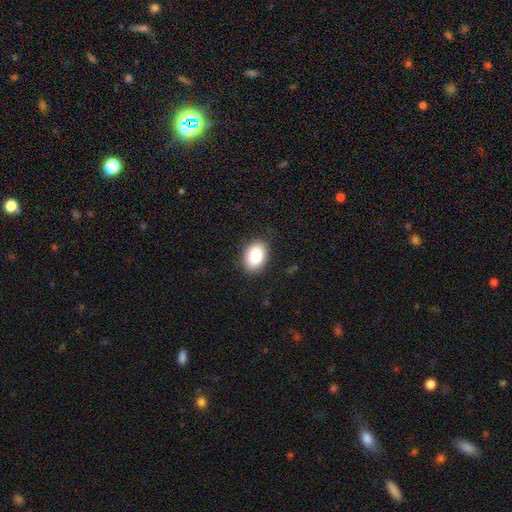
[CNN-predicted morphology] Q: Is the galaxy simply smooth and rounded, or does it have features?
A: smooth — 88%.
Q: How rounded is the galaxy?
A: in between — 85%.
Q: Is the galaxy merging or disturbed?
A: none — 86%.